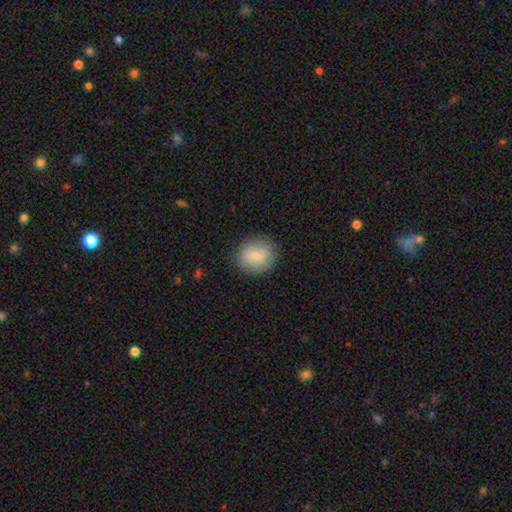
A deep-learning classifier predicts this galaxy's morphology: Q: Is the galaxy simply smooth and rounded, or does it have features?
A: smooth — 74%.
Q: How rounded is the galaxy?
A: round — 73%.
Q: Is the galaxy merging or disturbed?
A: none — 84%.